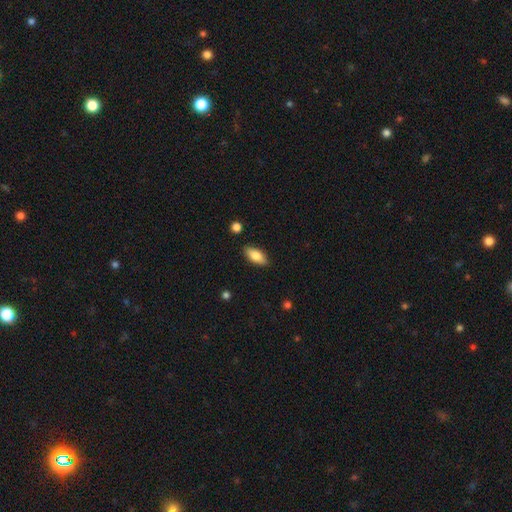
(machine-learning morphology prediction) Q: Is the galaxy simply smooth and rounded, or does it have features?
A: smooth — 81%.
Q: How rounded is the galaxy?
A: in between — 87%.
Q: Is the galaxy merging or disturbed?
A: none — 87%.